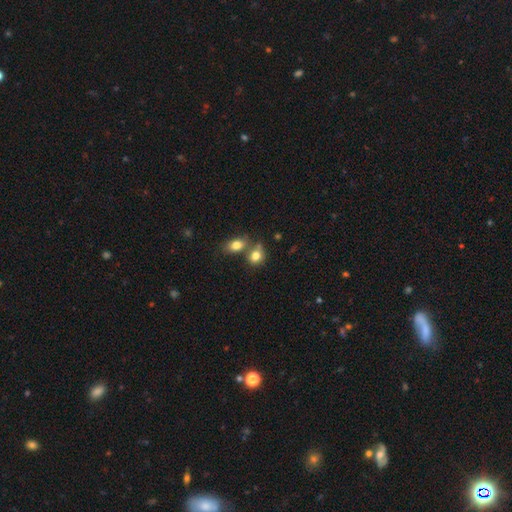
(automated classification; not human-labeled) A smooth galaxy with no disk features (81%) that is round (56%).

Vote fractions:
- Smooth or featured? smooth: 81% / star or artifact: 10% / featured or disk: 9%
- How rounded? round: 56% / in between: 43% / cigar-shaped: 1%
- Merging? none: 46% / merger: 40% / minor disturbance: 11% / major disturbance: 4%